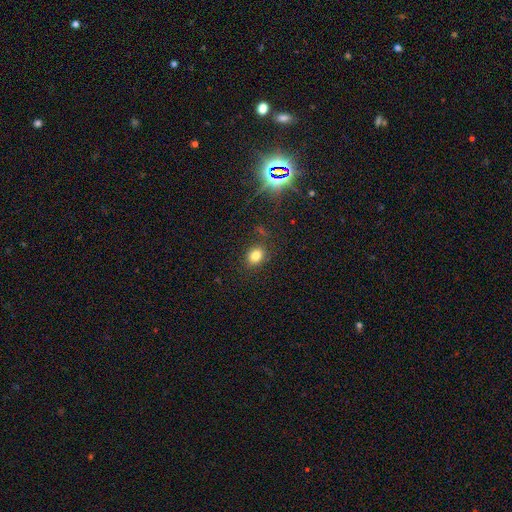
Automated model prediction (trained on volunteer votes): Q: Smooth or featured?
A: smooth (79%); runner-up: star or artifact (14%)
Q: How rounded?
A: round (51%); runner-up: in between (48%)
Q: Merging?
A: none (84%); runner-up: minor disturbance (10%)